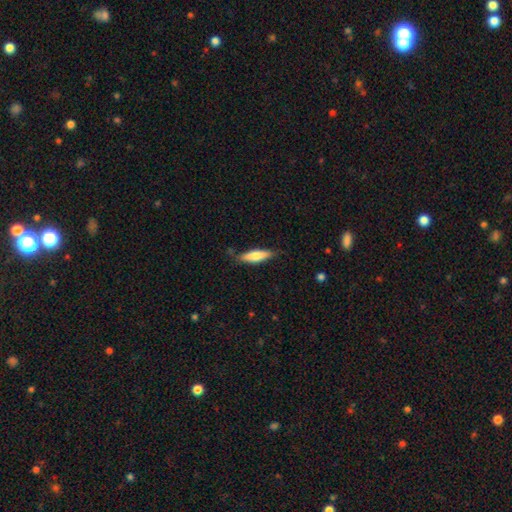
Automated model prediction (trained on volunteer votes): The model was most divided on "how rounded": cigar-shaped: 62%, in between: 37%, round: 2%. More confident: merging — none (81%); smooth or featured — smooth (73%).